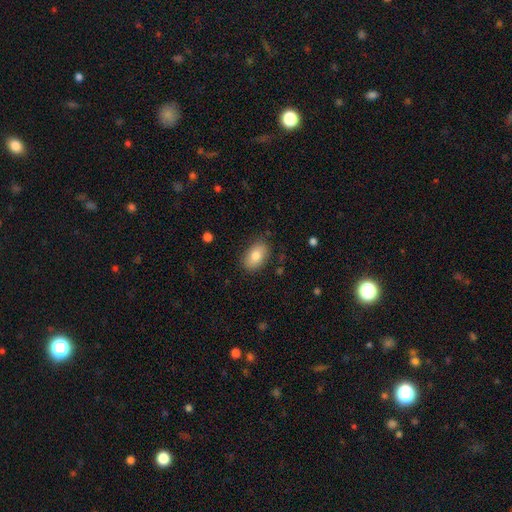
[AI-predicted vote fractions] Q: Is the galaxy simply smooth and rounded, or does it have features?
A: smooth — 81%.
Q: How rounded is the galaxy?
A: in between — 88%.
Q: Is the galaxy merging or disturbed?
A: none — 84%.